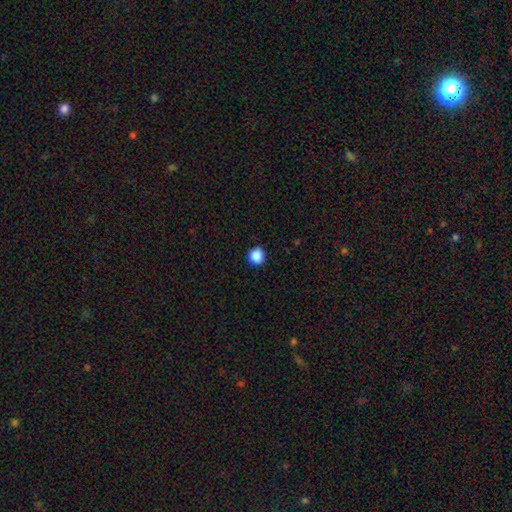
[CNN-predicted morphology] Smooth or featured?
  - smooth: 87% *
  - star or artifact: 10%
  - featured or disk: 3%
How rounded?
  - round: 93% *
  - in between: 6%
  - cigar-shaped: 1%
Merging?
  - none: 89% *
  - minor disturbance: 8%
  - major disturbance: 2%
  - merger: 1%